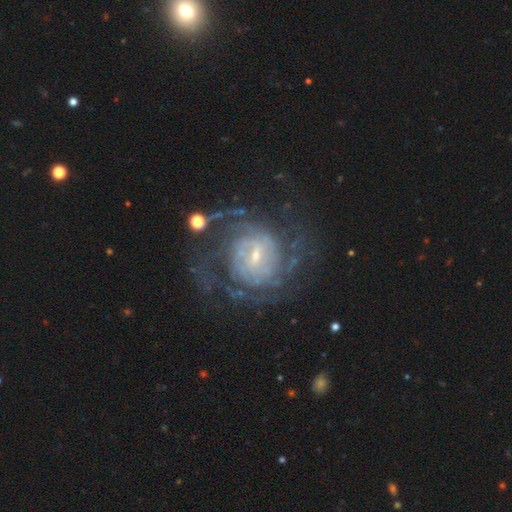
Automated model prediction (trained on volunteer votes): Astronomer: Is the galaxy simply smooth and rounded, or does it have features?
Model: featured or disk — 87%.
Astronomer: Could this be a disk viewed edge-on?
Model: no — 98%.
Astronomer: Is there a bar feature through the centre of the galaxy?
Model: weak — 53%.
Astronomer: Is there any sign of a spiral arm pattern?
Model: yes — 96%.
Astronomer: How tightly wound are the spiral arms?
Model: tight — 65%.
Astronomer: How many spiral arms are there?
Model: can't tell — 36% (runner-up: 2, 20%).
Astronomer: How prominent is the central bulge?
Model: small — 72%.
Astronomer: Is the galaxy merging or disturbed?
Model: none — 68%.